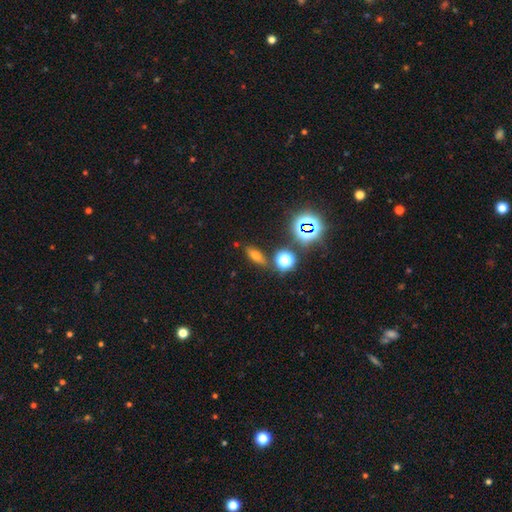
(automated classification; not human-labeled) smooth-or-featured: smooth: 54% | star or artifact: 27% | featured or disk: 19%
  how-rounded: in between: 58% | cigar-shaped: 26% | round: 17%
  merging: none: 81% | minor disturbance: 10% | merger: 5% | major disturbance: 3%